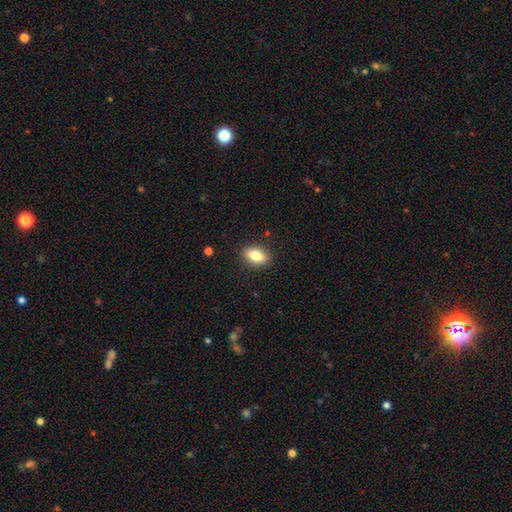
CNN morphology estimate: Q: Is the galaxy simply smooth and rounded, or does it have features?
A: smooth — 82%.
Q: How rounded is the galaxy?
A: in between — 86%.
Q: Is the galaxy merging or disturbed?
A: none — 89%.